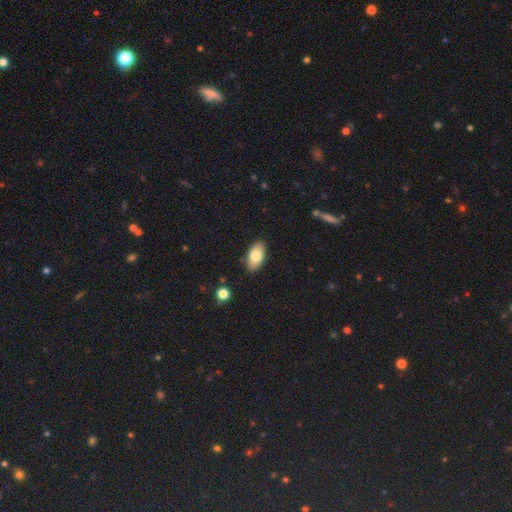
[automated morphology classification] The model was most divided on "smooth or featured": smooth: 78%, featured or disk: 15%, star or artifact: 7%. More confident: how rounded — in between (93%); merging — none (86%).